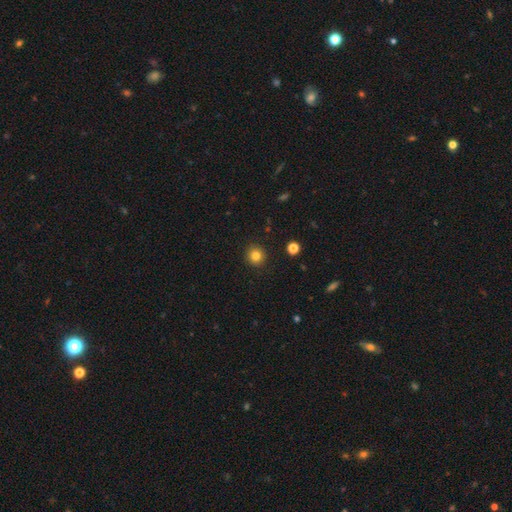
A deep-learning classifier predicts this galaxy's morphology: This appears to be a smooth galaxy with no disk features (82%) that is round (93%). Merging: none (92%).